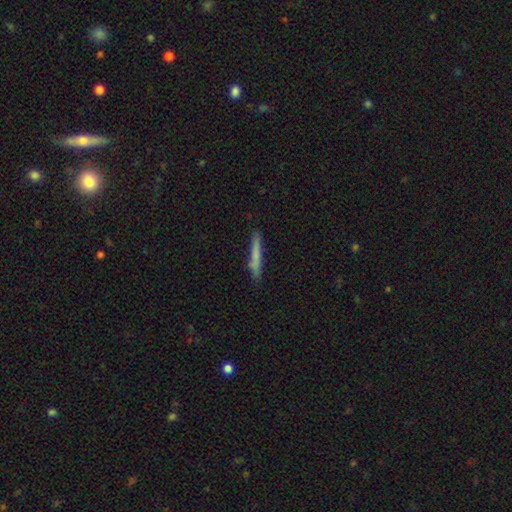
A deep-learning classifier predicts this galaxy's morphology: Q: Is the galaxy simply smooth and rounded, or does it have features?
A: smooth — 70%.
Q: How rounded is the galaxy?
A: cigar-shaped — 95%.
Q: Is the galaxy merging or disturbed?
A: none — 83%.